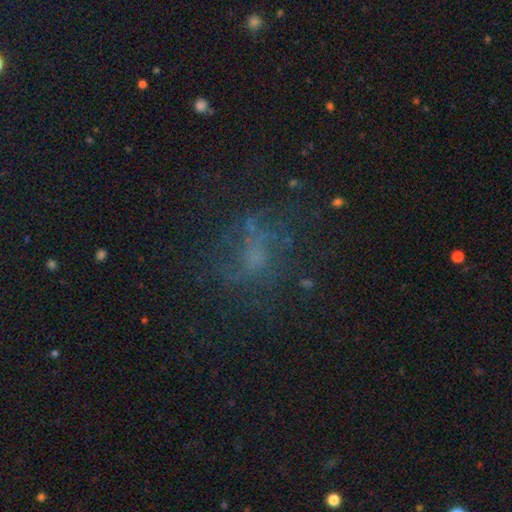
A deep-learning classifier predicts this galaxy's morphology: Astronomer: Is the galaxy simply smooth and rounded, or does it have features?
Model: featured or disk — 42% (runner-up: smooth, 29%).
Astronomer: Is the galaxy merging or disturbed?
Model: none — 54%.